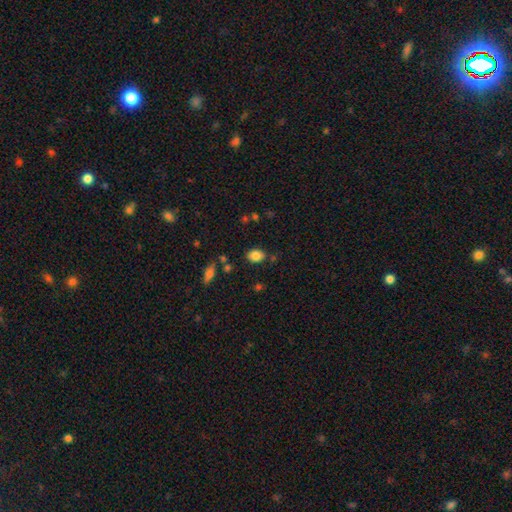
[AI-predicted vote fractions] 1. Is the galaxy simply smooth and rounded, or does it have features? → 84% smooth, 10% star or artifact, 6% featured or disk.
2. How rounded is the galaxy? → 68% in between, 31% round, 1% cigar-shaped.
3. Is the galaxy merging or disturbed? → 78% none, 13% minor disturbance, 5% merger, 4% major disturbance.